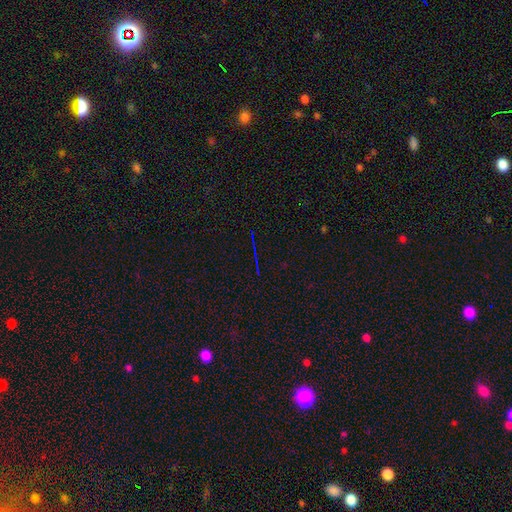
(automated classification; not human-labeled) Smooth or featured: star or artifact — 76% (featured or disk — 13%)